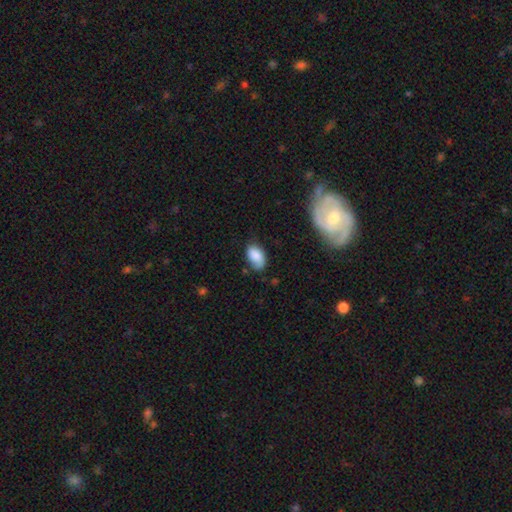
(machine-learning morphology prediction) Smooth or featured: smooth — 80% (featured or disk — 12%)
How rounded: in between — 91% (round — 8%)
Merging: none — 59% (minor disturbance — 30%)